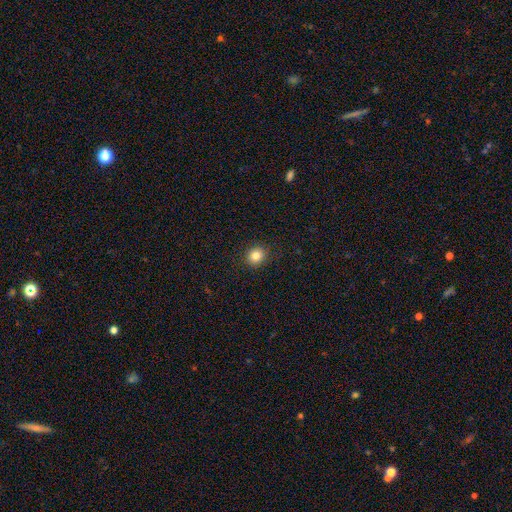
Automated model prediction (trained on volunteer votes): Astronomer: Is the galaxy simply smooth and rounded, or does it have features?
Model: smooth — 83%.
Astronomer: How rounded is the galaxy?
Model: round — 80%.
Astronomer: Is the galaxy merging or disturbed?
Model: none — 90%.